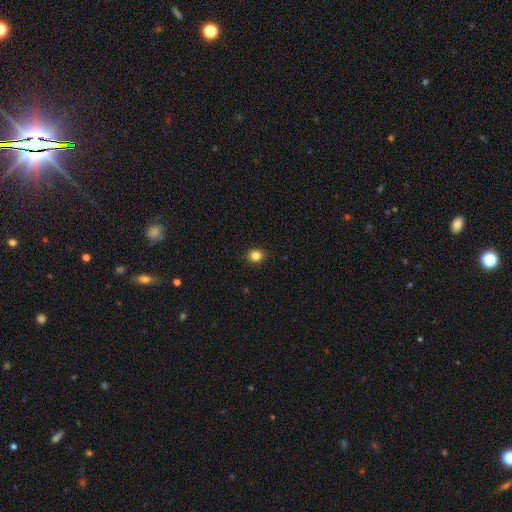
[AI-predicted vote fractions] smooth-or-featured: smooth: 85% | star or artifact: 11% | featured or disk: 4%
  how-rounded: round: 78% | in between: 21% | cigar-shaped: 1%
  merging: none: 92% | minor disturbance: 6% | major disturbance: 2% | merger: 1%